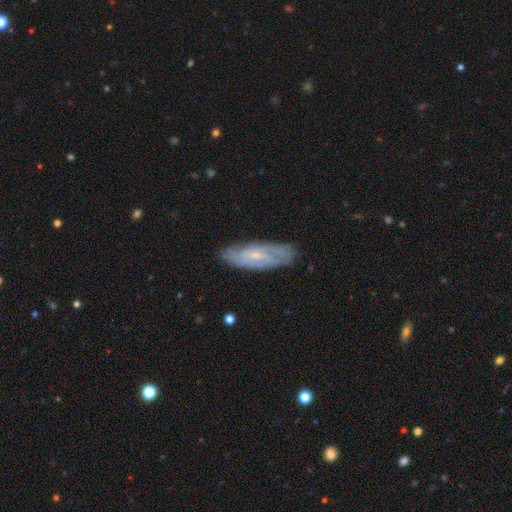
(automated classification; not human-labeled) Smooth or featured: featured or disk — 65% (smooth — 28%)
Edge-on disk: no — 78% (yes — 22%)
Bar: no — 59% (weak — 34%)
Spiral arms: yes — 79% (no — 21%)
Bulge size: small — 72% (moderate — 22%)
Merging: none — 80% (minor disturbance — 16%)